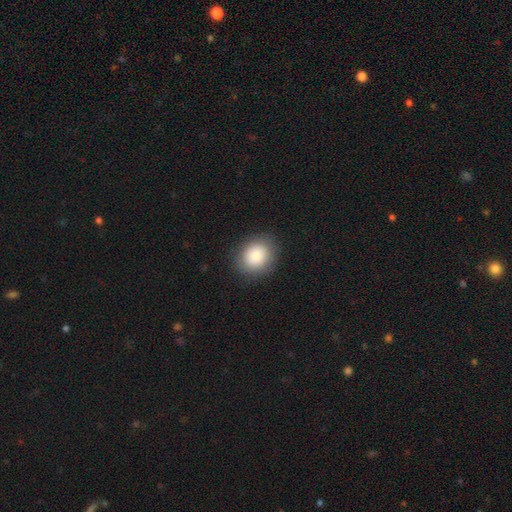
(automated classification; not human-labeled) Smooth or featured: smooth — 87% (star or artifact — 8%)
How rounded: round — 64% (in between — 35%)
Merging: none — 87% (minor disturbance — 9%)